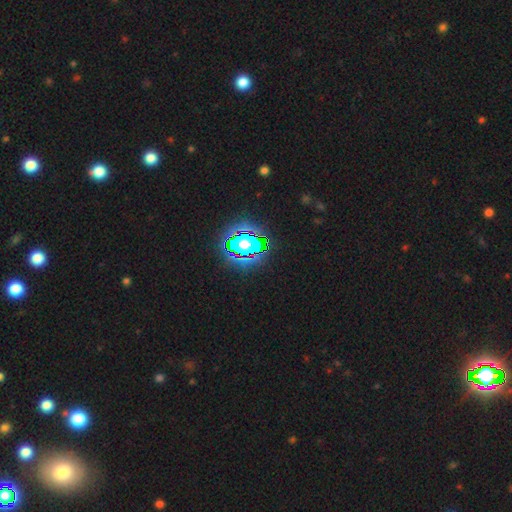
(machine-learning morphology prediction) Smooth or featured?
  - star or artifact: 81% *
  - smooth: 12%
  - featured or disk: 7%